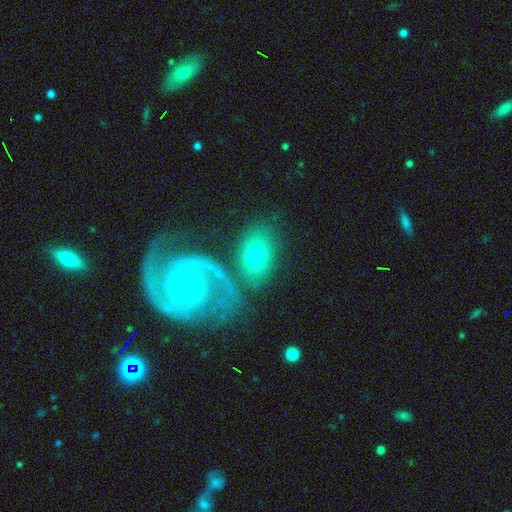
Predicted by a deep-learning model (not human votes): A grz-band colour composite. It shows a smooth galaxy with no disk features (54%) that is in between round and cigar-shaped (77%). Merging: none (67%).